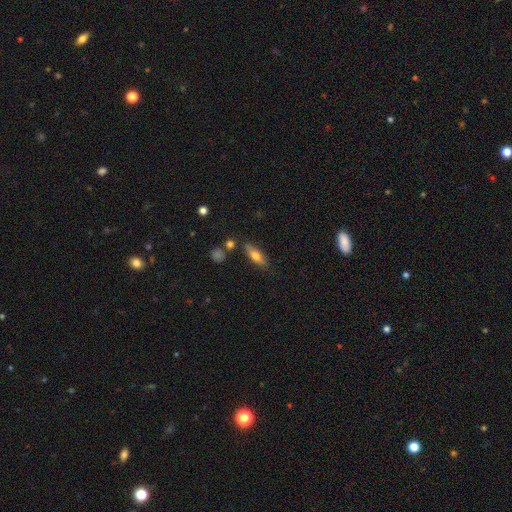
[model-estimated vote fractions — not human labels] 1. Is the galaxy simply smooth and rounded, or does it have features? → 68% smooth, 24% featured or disk, 7% star or artifact.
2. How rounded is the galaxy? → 59% in between, 38% cigar-shaped, 3% round.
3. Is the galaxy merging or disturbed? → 77% none, 14% minor disturbance, 5% merger, 3% major disturbance.